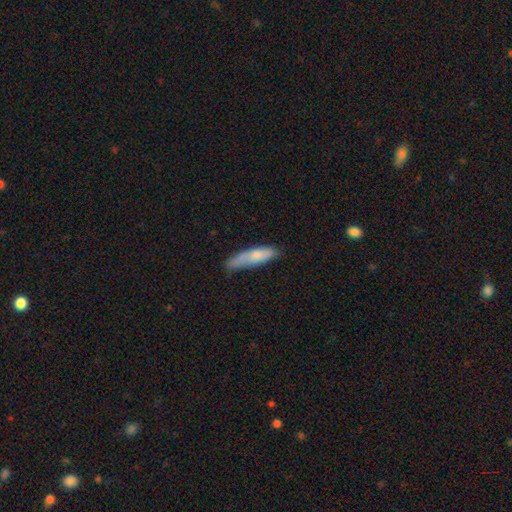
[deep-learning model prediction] smooth-or-featured: smooth: 76% | featured or disk: 18% | star or artifact: 6%
  how-rounded: cigar-shaped: 68% | in between: 30% | round: 2%
  merging: none: 61% | minor disturbance: 29% | major disturbance: 7% | merger: 3%